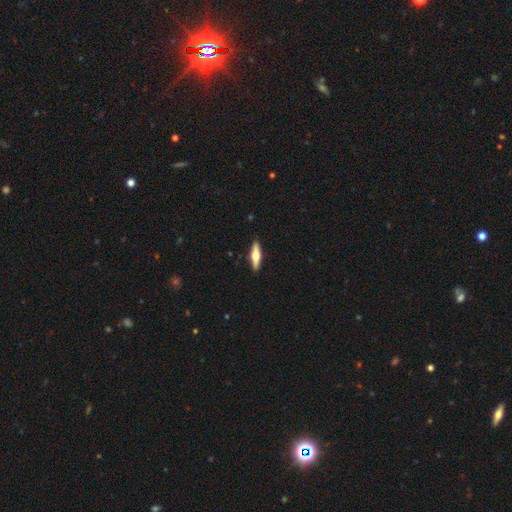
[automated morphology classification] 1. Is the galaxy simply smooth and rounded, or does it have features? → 57% featured or disk, 37% smooth, 5% star or artifact.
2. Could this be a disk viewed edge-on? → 95% yes, 5% no.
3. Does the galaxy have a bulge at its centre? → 95% rounded, 3% boxy, 2% none.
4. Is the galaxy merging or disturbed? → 91% none, 7% minor disturbance, 1% major disturbance, 1% merger.